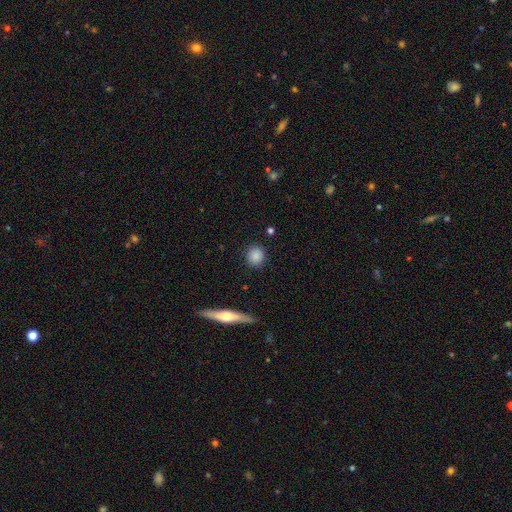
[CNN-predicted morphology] This appears to be a smooth galaxy with no disk features (85%) that is round (85%). Merging: none (88%).